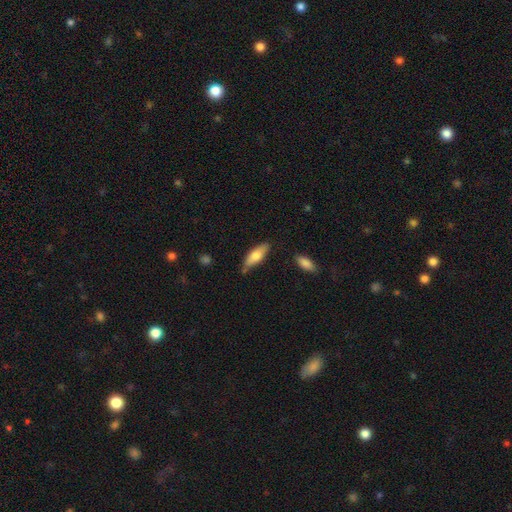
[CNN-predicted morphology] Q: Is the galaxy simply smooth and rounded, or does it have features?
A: smooth — 68%.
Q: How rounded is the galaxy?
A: in between — 58%.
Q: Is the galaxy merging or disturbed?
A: none — 72%.